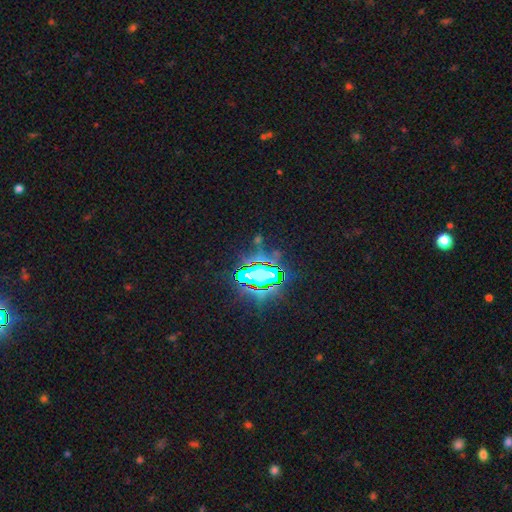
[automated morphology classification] A star or artifact, not a galaxy (83%).